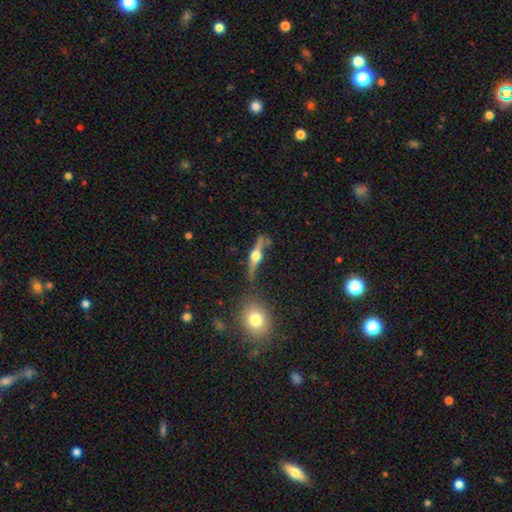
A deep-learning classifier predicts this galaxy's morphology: Smooth or featured: featured or disk — 78% (smooth — 15%)
Edge-on disk: yes — 96% (no — 4%)
Edge-on bulge: rounded — 96% (boxy — 3%)
Merging: none — 76% (minor disturbance — 12%)